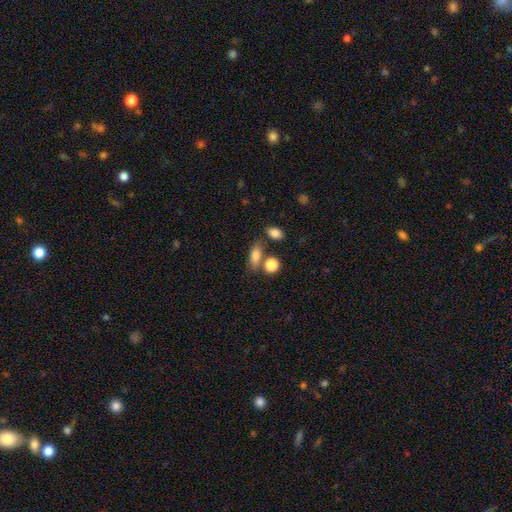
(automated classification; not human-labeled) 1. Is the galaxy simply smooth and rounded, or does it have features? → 77% smooth, 13% featured or disk, 10% star or artifact.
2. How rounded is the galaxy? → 72% in between, 17% cigar-shaped, 11% round.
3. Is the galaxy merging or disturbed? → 64% none, 16% merger, 14% minor disturbance, 5% major disturbance.